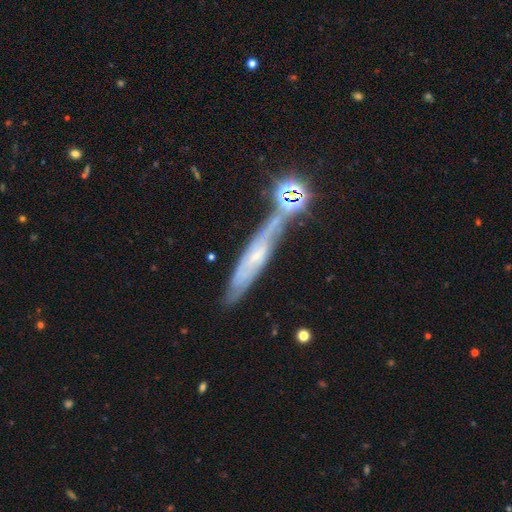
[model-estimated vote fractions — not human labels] A featured or disk galaxy (63%) viewed edge-on (64%).

Vote fractions:
- Smooth or featured? featured or disk: 63% / smooth: 23% / star or artifact: 15%
- Edge-on disk? yes: 64% / no: 36%
- Merging? none: 60% / minor disturbance: 20% / merger: 13% / major disturbance: 7%